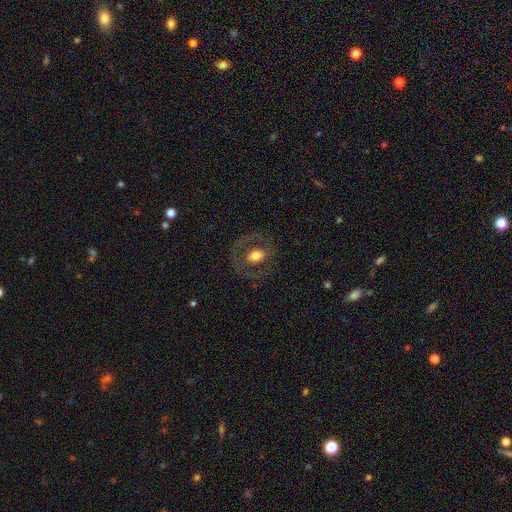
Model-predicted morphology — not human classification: smooth-or-featured: smooth: 46% (tied) | featured or disk: 46% (tied) | star or artifact: 9%
  merging: none: 78% | minor disturbance: 12% | major disturbance: 9% | merger: 1%